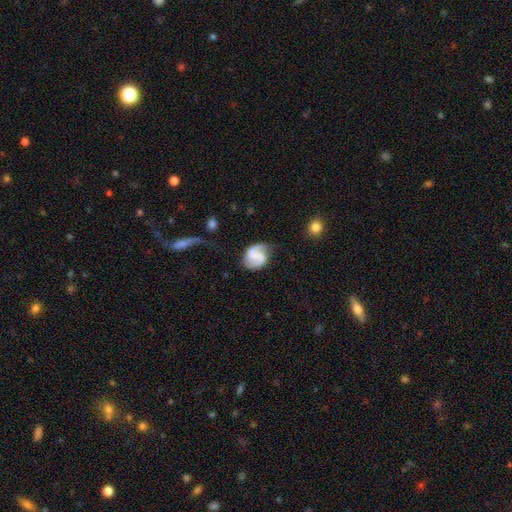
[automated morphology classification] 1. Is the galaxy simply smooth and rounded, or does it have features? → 76% featured or disk, 18% smooth, 7% star or artifact.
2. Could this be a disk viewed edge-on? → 98% no, 2% yes.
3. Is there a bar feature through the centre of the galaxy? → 42% weak, 37% no, 21% strong.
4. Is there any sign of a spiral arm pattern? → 95% yes, 5% no.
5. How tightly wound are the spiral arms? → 45% medium, 35% loose, 21% tight.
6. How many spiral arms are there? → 88% 2, 5% 1, 3% can't tell, 1% 3, 1% 4, 1% more than 4.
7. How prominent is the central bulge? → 60% none, 21% small, 12% moderate, 5% large, 2% dominant.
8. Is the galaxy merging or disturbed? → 70% none, 19% minor disturbance, 9% major disturbance, 2% merger.